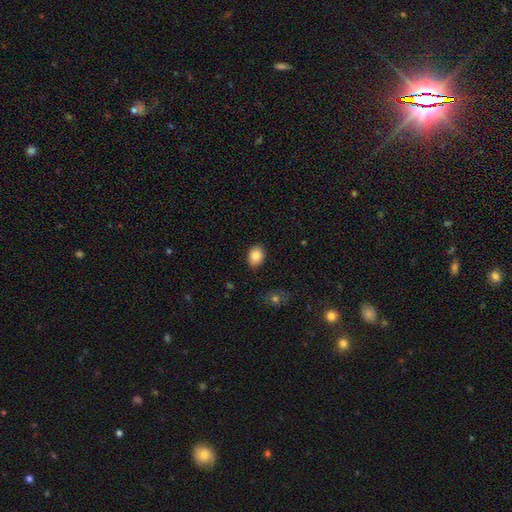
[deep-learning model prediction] Morphology: type=smooth (87%); roundness=in between (65%); merging=none (87%).